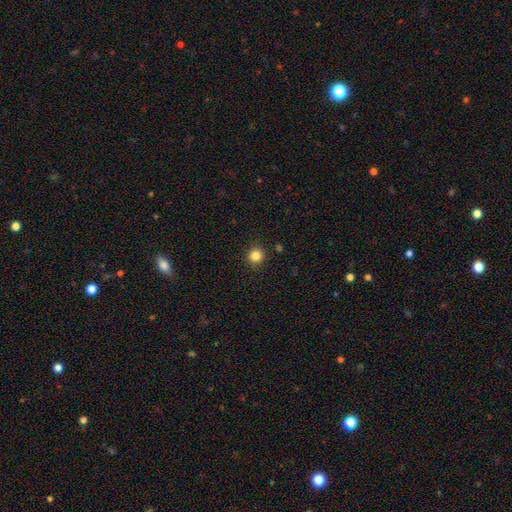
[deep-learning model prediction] A smooth galaxy with no disk features (83%) that is round (93%). Merging: none (92%).